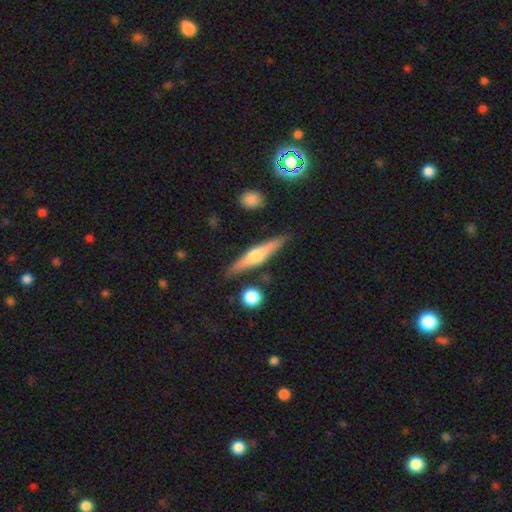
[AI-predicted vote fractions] A featured or disk galaxy (59%) viewed edge-on (95%) with a rounded central bulge (89%). Merging: none (85%).